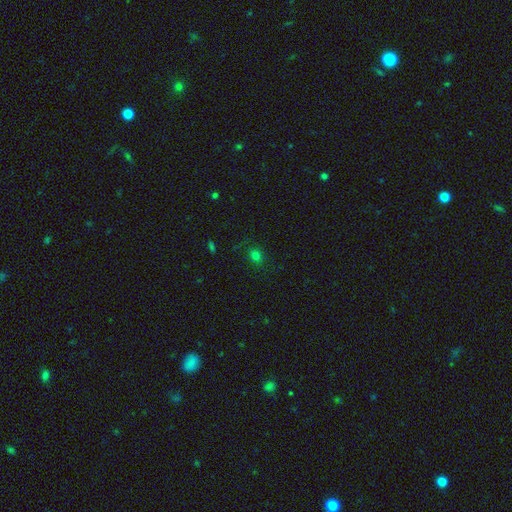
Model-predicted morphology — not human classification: smooth 75%, star or artifact 20%, featured or disk 5%. Down the decision tree: how rounded — round (67%); merging — none (83%).